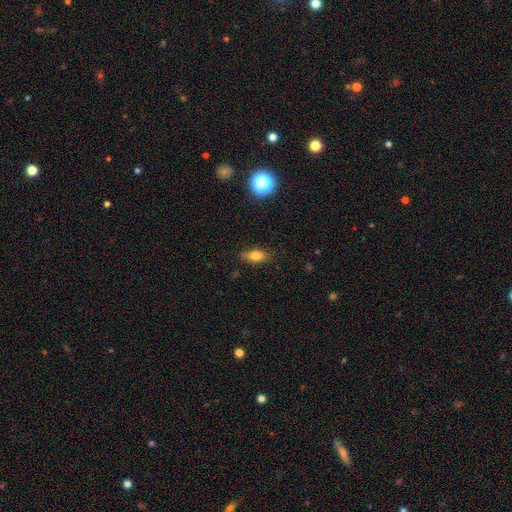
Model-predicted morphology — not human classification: Smooth or featured: smooth — 73% (featured or disk — 16%)
How rounded: in between — 77% (cigar-shaped — 16%)
Merging: none — 82% (minor disturbance — 14%)